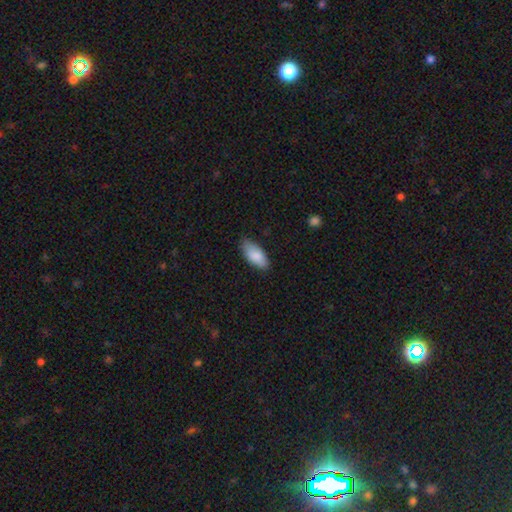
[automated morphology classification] Overall: smooth (86%). How rounded: in between (89%). Merging: none (77%).